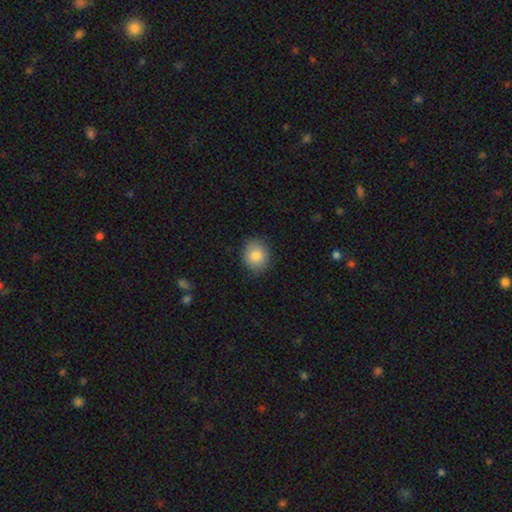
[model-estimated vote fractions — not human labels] Smooth or featured? Predicted: smooth (p=0.84). How rounded? Predicted: round (p=0.77). Merging? Predicted: none (p=0.87).